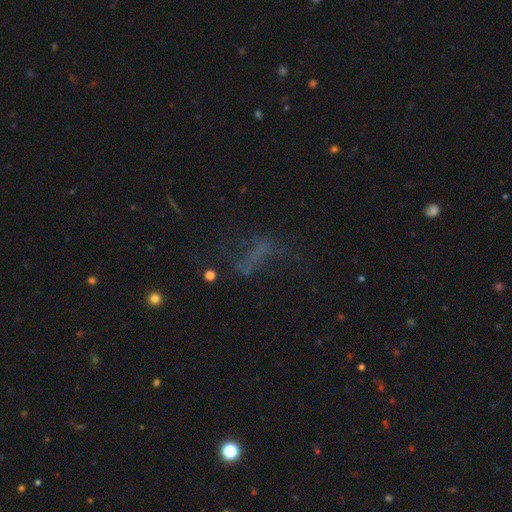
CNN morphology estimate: This is marginally a featured or disk galaxy (39%). Merging: marginally none (44%).